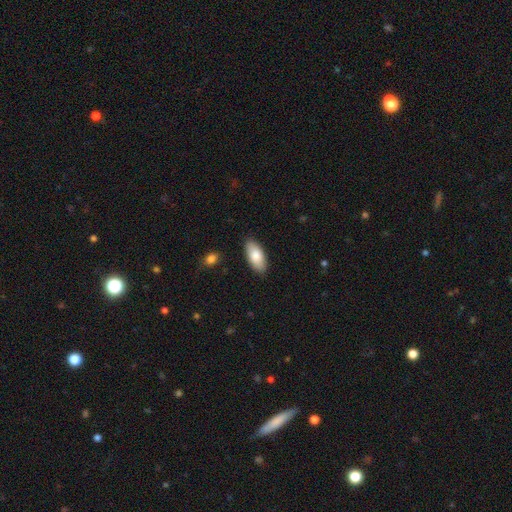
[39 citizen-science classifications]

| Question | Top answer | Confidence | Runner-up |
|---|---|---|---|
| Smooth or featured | smooth | 72% | featured or disk (23%) |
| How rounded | in between | 100% | — |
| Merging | none | 95% | minor disturbance (3%) |